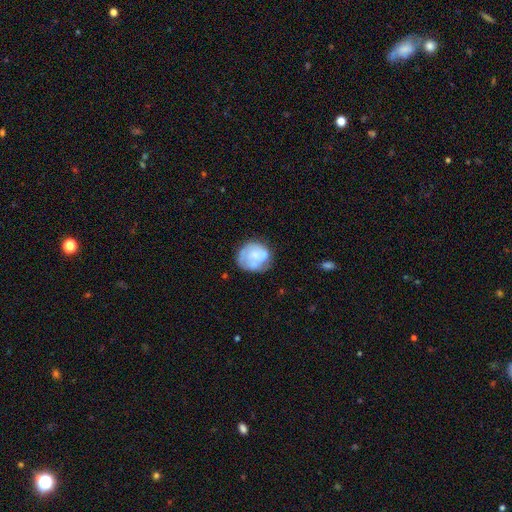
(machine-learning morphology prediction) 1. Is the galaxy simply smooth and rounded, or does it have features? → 50% featured or disk, 42% smooth, 7% star or artifact.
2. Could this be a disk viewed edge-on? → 98% no, 2% yes.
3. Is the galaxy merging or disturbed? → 52% none, 26% minor disturbance, 15% major disturbance, 7% merger.